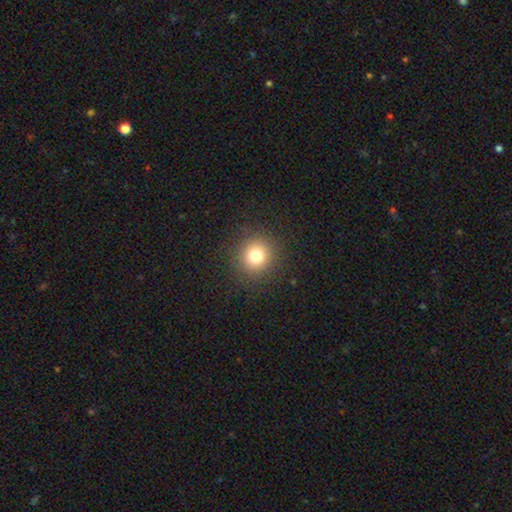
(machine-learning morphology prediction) Smooth or featured? Predicted: smooth (p=0.77). How rounded? Predicted: round (p=0.92). Merging? Predicted: none (p=0.90).